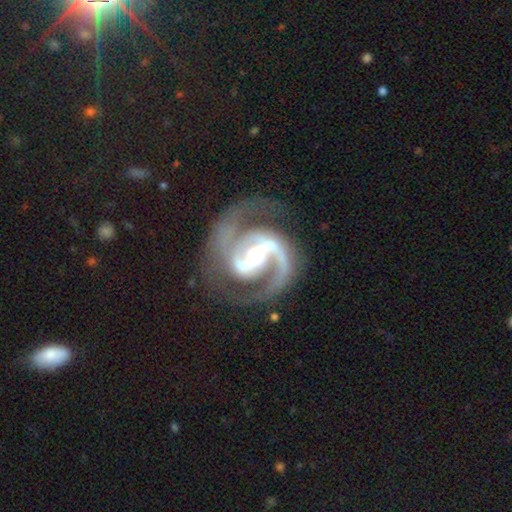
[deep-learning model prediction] smooth-or-featured: featured or disk: 93% | star or artifact: 4% | smooth: 3%
  disk-edge-on: no: 98% | yes: 2%
    bar: strong: 38% | weak: 36% | no: 26%
    has-spiral-arms: yes: 98% | no: 2%
      spiral-winding: medium: 59% | tight: 31% | loose: 10%
      spiral-arm-count: 2: 88% | 3: 5% | 1: 2% | can't tell: 2% | 4: 1% | more than 4: 1%
    bulge-size: moderate: 66% | small: 24% | large: 8% | none: 1% | dominant: 1%
  merging: none: 72% | minor disturbance: 15% | major disturbance: 9% | merger: 4%